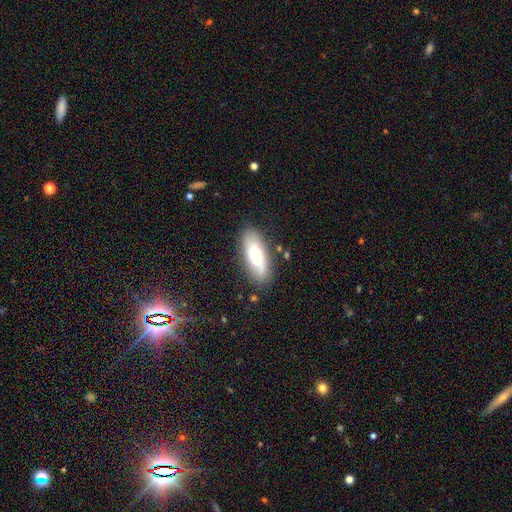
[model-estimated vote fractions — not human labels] The model was most divided on "how rounded": in between: 73%, cigar-shaped: 25%, round: 2%. More confident: merging — none (76%); smooth or featured — smooth (72%).